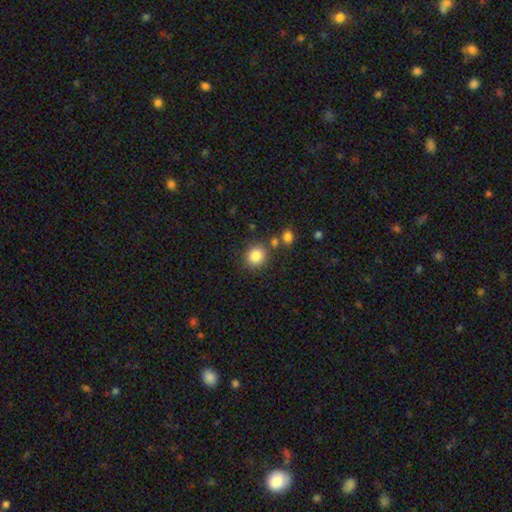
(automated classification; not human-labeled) Smooth or featured? smooth (85%)
How rounded? round (87%)
Merging? none (79%)